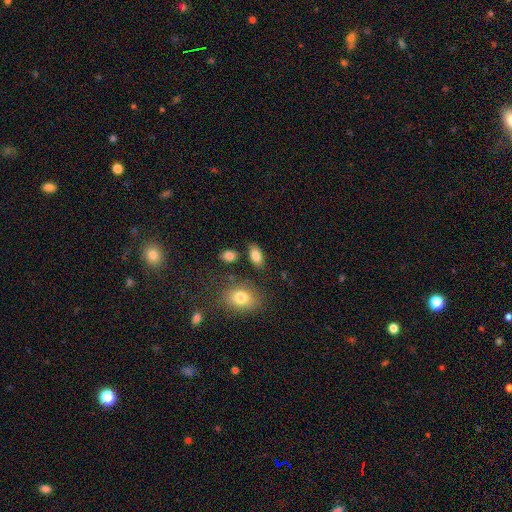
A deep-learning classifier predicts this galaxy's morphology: Smooth or featured? smooth (84%)
How rounded? in between (91%)
Merging? none (81%)